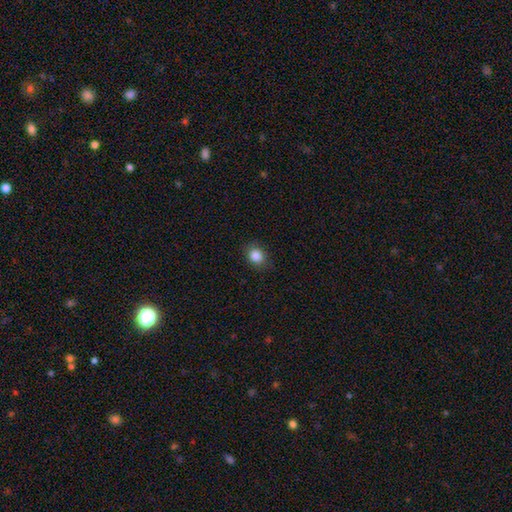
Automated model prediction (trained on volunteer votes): The model was most divided on "how rounded": round: 53%, in between: 46%, cigar-shaped: 1%. More confident: merging — none (86%); smooth or featured — smooth (86%).